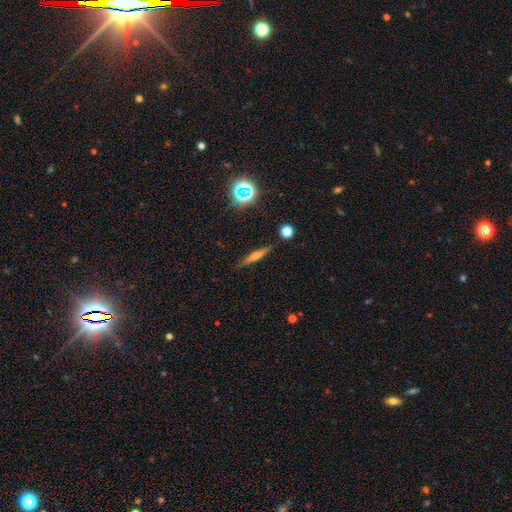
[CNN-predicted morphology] Overall: featured or disk (49%; smooth 40%). Merging: none (88%).